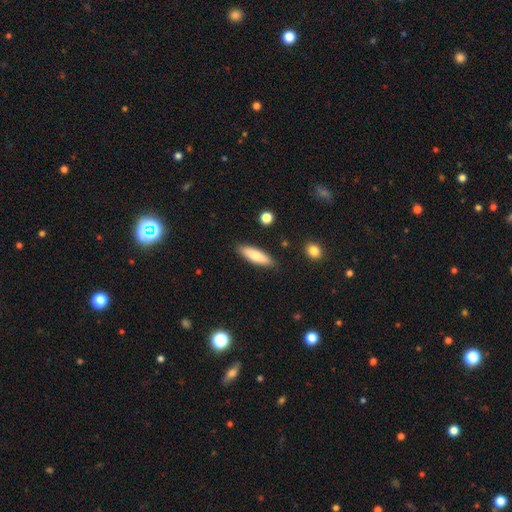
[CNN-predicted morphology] Q: Smooth or featured?
A: smooth (75%); runner-up: featured or disk (19%)
Q: How rounded?
A: cigar-shaped (55%); runner-up: in between (43%)
Q: Merging?
A: none (86%); runner-up: minor disturbance (10%)